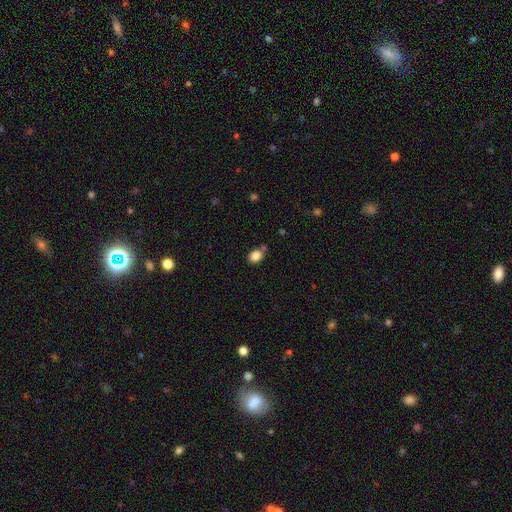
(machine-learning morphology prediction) smooth_or_featured: smooth (p=0.85) [alt: star or artifact p=0.10]
how_rounded: in between (p=0.61) [alt: round p=0.38]
merging: none (p=0.64) [alt: minor disturbance p=0.19]